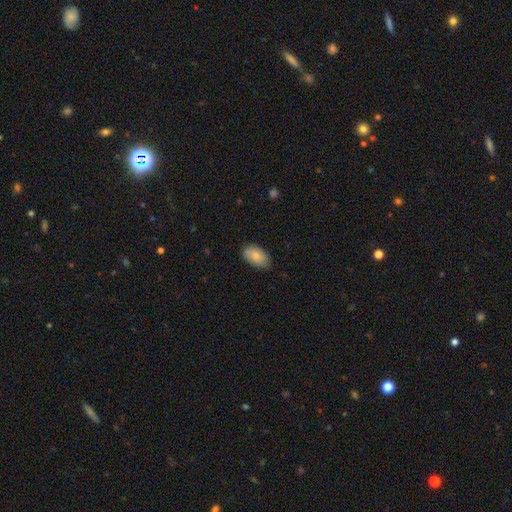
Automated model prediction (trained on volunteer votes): Smooth or featured? Predicted: smooth (p=0.82). How rounded? Predicted: in between (p=0.93). Merging? Predicted: none (p=0.79).